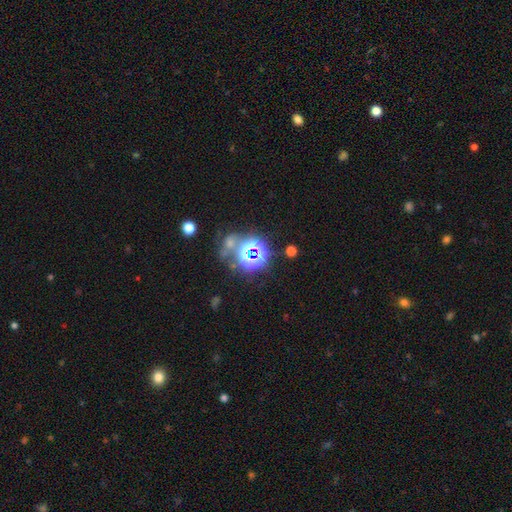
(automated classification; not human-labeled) This appears to be a star or artifact, not a galaxy (78%).